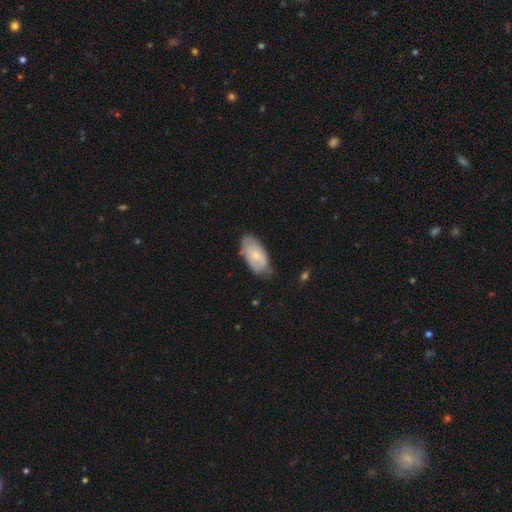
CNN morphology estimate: smooth_or_featured: smooth (p=0.63) [alt: featured or disk p=0.31]
how_rounded: in between (p=0.94) [alt: round p=0.03]
merging: none (p=0.63) [alt: minor disturbance p=0.29]